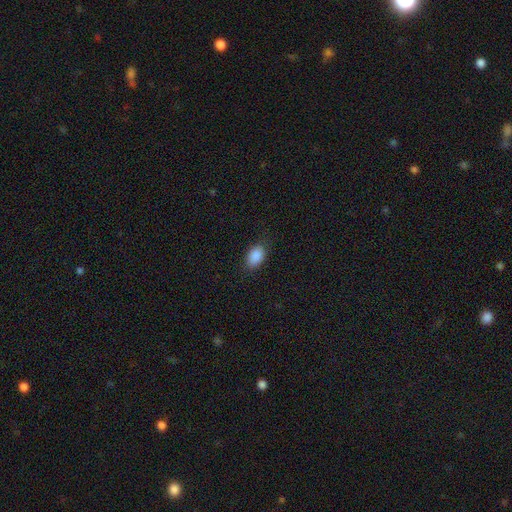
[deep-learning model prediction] smooth_or_featured: smooth (p=0.88) [alt: star or artifact p=0.08]
how_rounded: in between (p=0.88) [alt: round p=0.10]
merging: none (p=0.80) [alt: minor disturbance p=0.15]